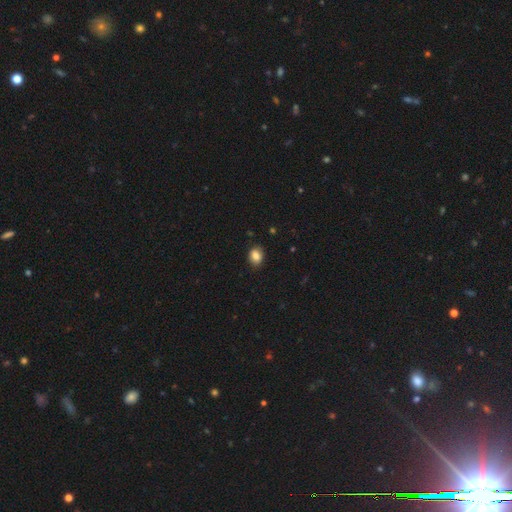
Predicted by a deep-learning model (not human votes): A smooth galaxy with no disk features (85%) that is in between round and cigar-shaped (59%).

Vote fractions:
- Smooth or featured? smooth: 85% / star or artifact: 9% / featured or disk: 6%
- How rounded? in between: 59% / round: 40% / cigar-shaped: 1%
- Merging? none: 85% / minor disturbance: 12% / major disturbance: 2% / merger: 1%